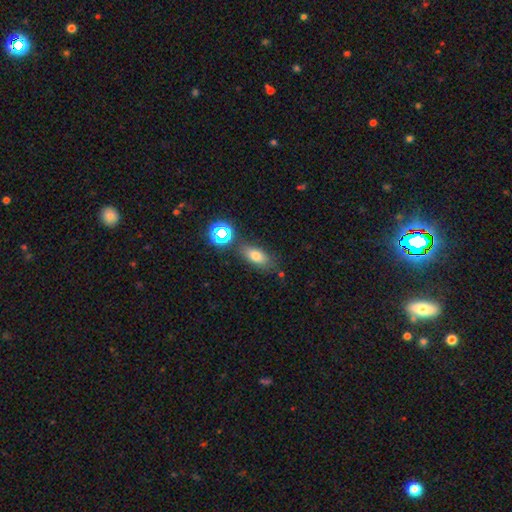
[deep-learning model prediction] A smooth galaxy with no disk features (72%) that is in between round and cigar-shaped (76%).

Vote fractions:
- Smooth or featured? smooth: 72% / star or artifact: 15% / featured or disk: 12%
- How rounded? in between: 76% / cigar-shaped: 14% / round: 10%
- Merging? none: 74% / minor disturbance: 14% / merger: 7% / major disturbance: 4%